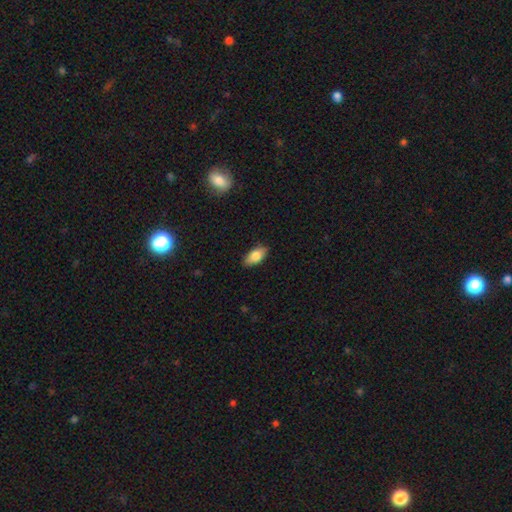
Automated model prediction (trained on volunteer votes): The model was most divided on "smooth or featured": smooth: 82%, featured or disk: 11%, star or artifact: 7%. More confident: how rounded — in between (91%); merging — none (87%).